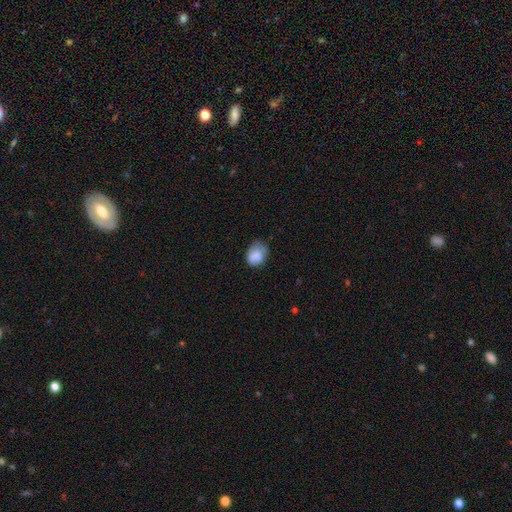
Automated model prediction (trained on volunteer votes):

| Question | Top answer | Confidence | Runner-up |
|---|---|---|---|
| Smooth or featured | smooth | 82% | featured or disk (10%) |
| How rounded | in between | 54% | round (45%) |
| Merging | none | 54% | minor disturbance (34%) |